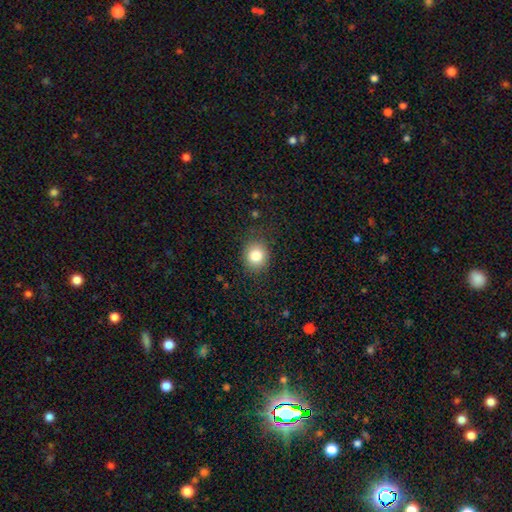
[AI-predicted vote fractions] A smooth galaxy with no disk features (82%) that is round (74%). Merging: none (84%).